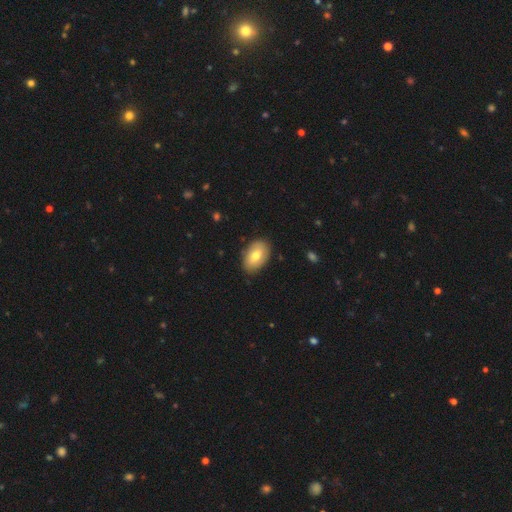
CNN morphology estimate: smooth_or_featured: smooth (p=0.73) [alt: featured or disk p=0.20]
how_rounded: in between (p=0.91) [alt: round p=0.08]
merging: none (p=0.86) [alt: minor disturbance p=0.11]